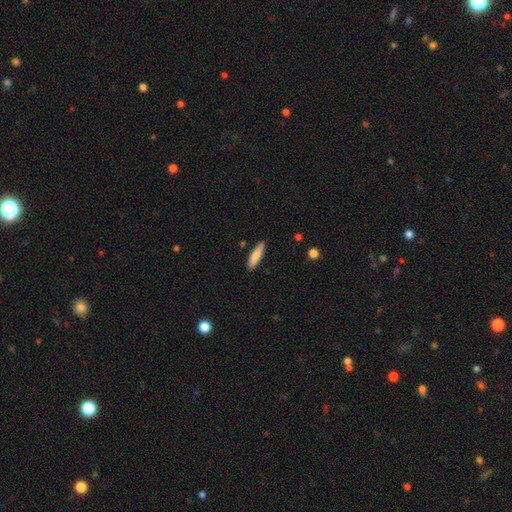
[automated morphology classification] The model was most divided on "how rounded": cigar-shaped: 71%, in between: 28%, round: 1%. More confident: merging — none (85%); smooth or featured — smooth (83%).